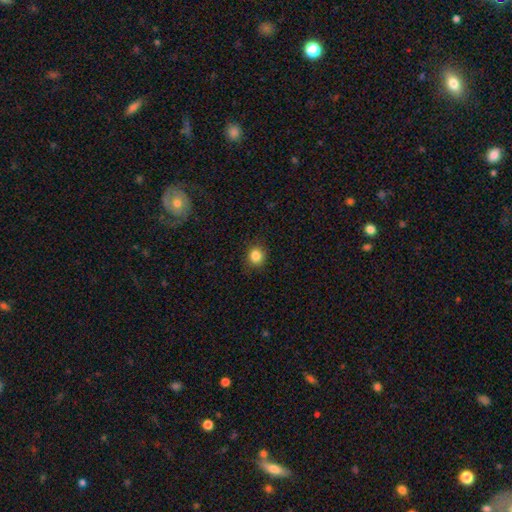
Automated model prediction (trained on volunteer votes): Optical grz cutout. It shows a smooth galaxy with no disk features (85%) that is round (86%). Merging: none (88%).